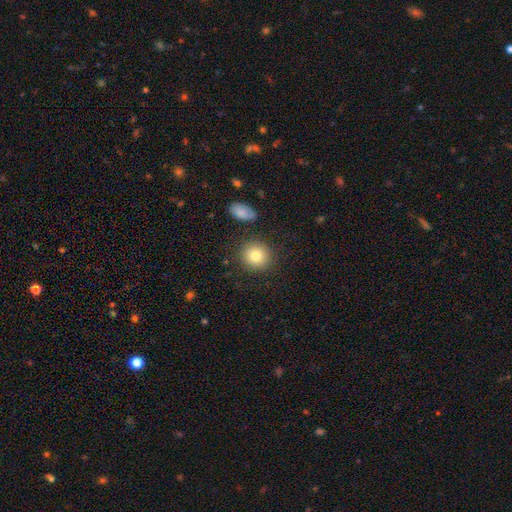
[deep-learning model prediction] Smooth or featured: smooth — 81% (featured or disk — 10%)
How rounded: round — 86% (in between — 13%)
Merging: none — 85% (minor disturbance — 8%)